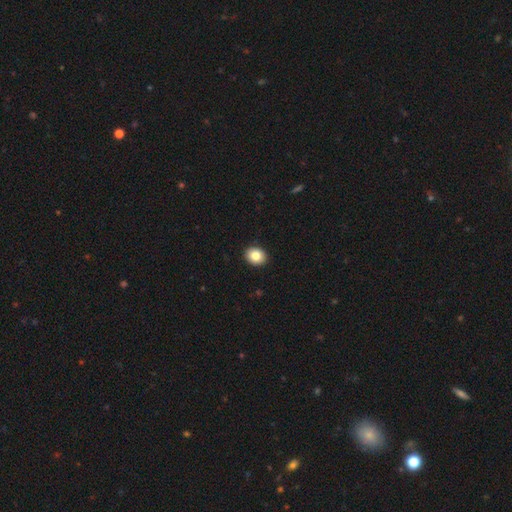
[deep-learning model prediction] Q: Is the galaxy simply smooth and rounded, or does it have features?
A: smooth — 84%.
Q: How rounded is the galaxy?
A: round — 52%.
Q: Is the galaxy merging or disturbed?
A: none — 92%.